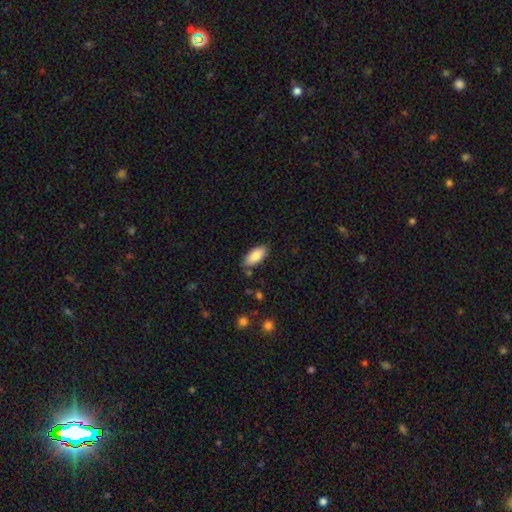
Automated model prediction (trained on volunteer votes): smooth 84%, featured or disk 9%, star or artifact 6%. Down the decision tree: how rounded — in between (90%); merging — none (84%).